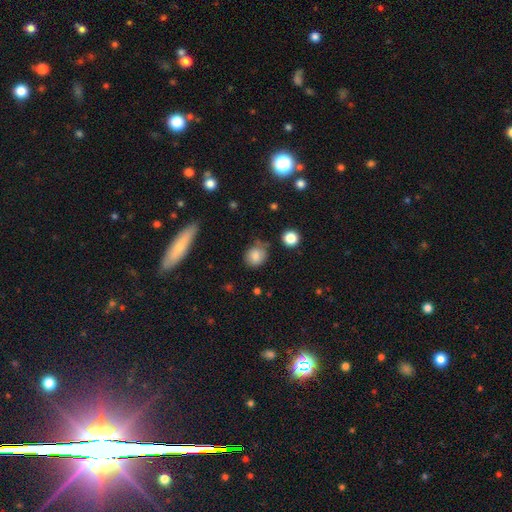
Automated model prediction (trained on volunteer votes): This appears to be a smooth galaxy with no disk features (83%) that is round (71%). Merging: none (66%).